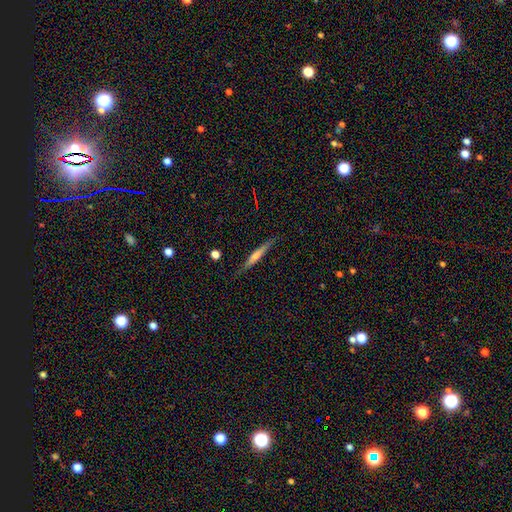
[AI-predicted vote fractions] Smooth or featured? Predicted: featured or disk (p=0.51). Edge-on disk? Predicted: yes (p=0.95). Merging? Predicted: none (p=0.84).